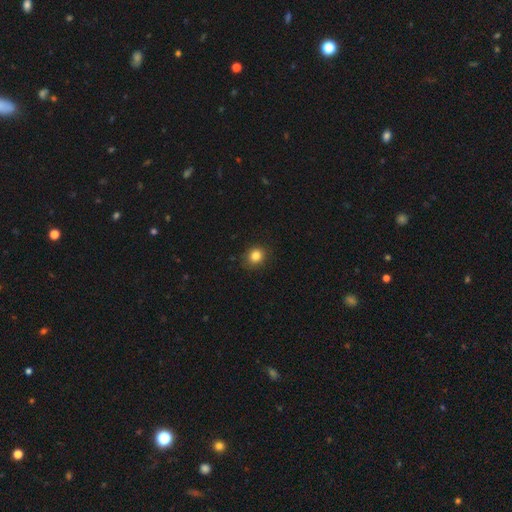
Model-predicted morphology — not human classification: Smooth or featured: smooth — 84% (star or artifact — 11%)
How rounded: round — 76% (in between — 23%)
Merging: none — 85% (minor disturbance — 11%)